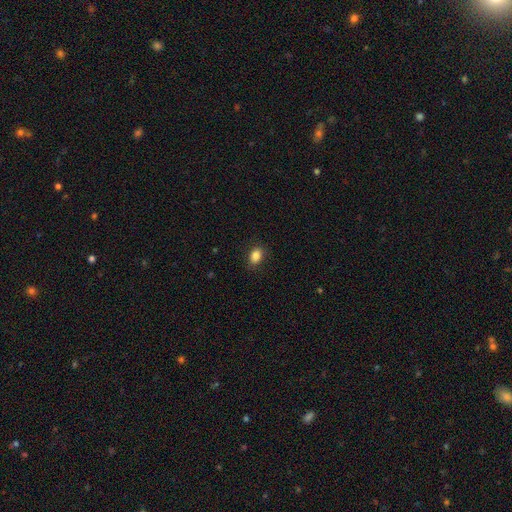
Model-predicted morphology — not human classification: type=smooth (86%); roundness=in between (77%); merging=none (86%).